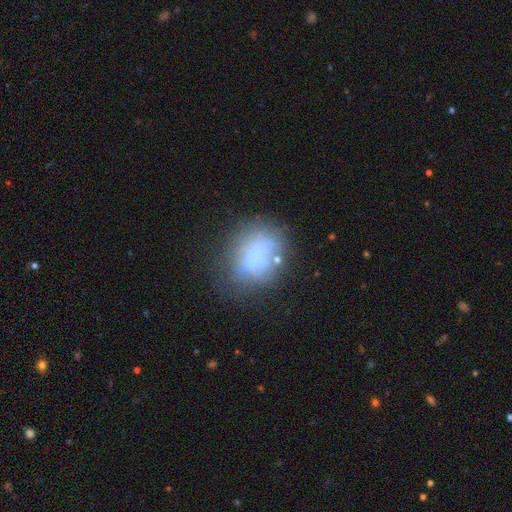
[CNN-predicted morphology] This appears to be a smooth galaxy with no disk features (67%) that is in between round and cigar-shaped (60%). Merging: none (57%).